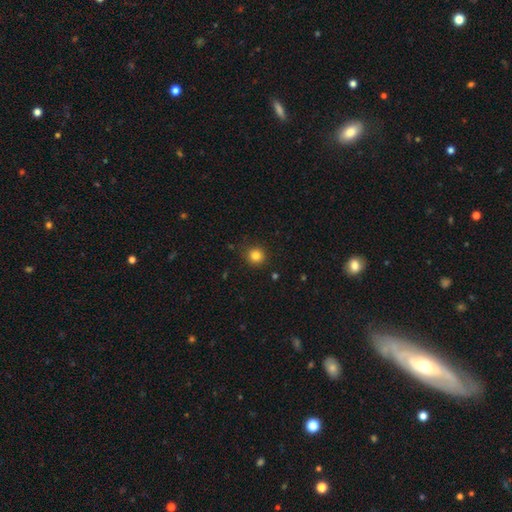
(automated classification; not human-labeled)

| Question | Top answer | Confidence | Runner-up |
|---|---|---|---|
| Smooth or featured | smooth | 83% | star or artifact (12%) |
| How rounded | round | 90% | in between (9%) |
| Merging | none | 88% | minor disturbance (8%) |